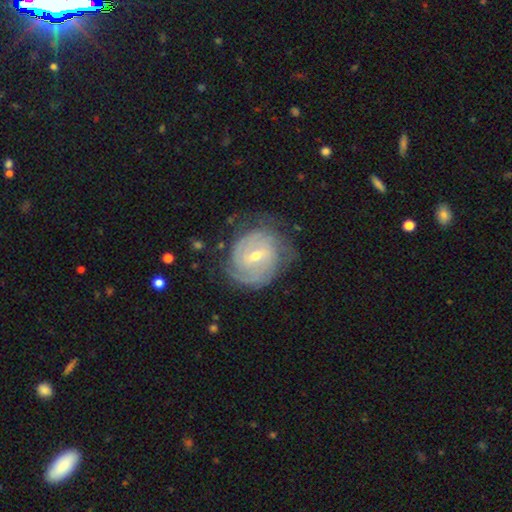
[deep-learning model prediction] Smooth or featured? Predicted: featured or disk (p=0.85). Edge-on disk? Predicted: no (p=0.97). Bar? Predicted: weak (p=0.56). Spiral arms? Predicted: yes (p=0.94). Spiral winding? Predicted: tight (p=0.69). Spiral arm count? Predicted: 2 (p=0.32, tied with can't tell). Bulge size? Predicted: small (p=0.53). Merging? Predicted: none (p=0.71).